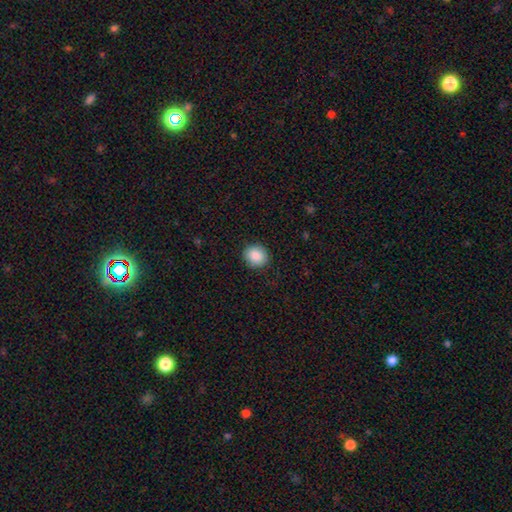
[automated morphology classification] A smooth galaxy with no disk features (89%) that is round (74%). Merging: none (88%).